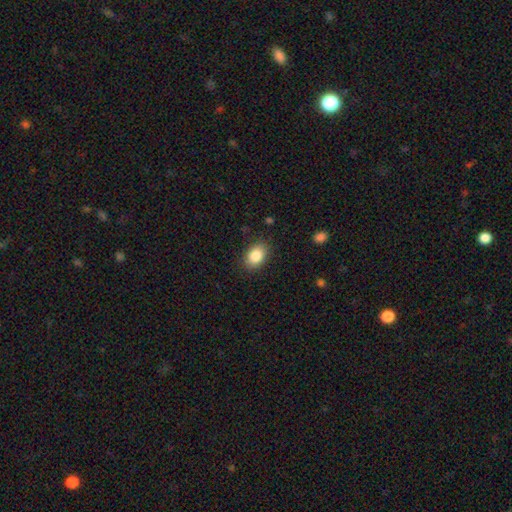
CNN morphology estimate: Smooth or featured: smooth — 87% (star or artifact — 8%)
How rounded: in between — 78% (round — 21%)
Merging: none — 84% (minor disturbance — 11%)